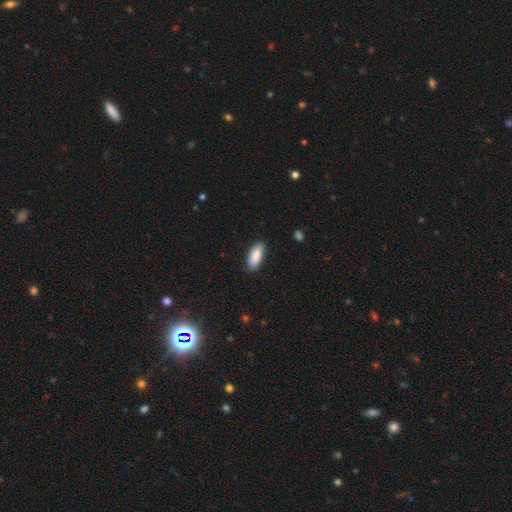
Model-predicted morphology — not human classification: The model was most divided on "how rounded": in between: 81%, cigar-shaped: 17%, round: 2%. More confident: smooth or featured — smooth (88%); merging — none (85%).